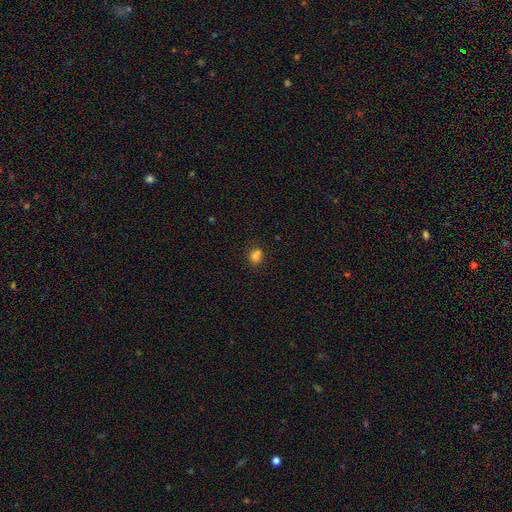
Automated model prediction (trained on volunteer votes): This appears to be a smooth galaxy with no disk features (77%) that is round (61%). Merging: none (58%).